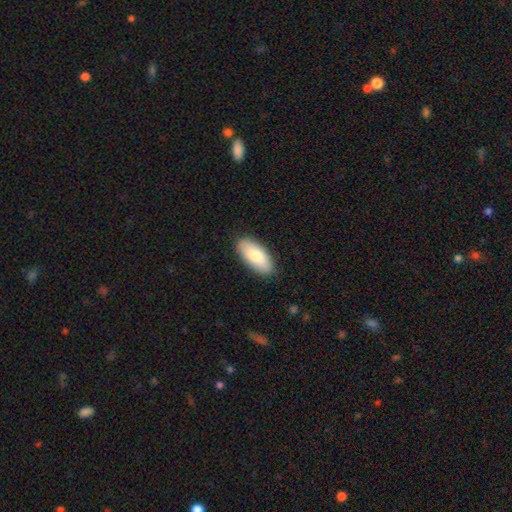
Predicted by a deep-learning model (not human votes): Q: Smooth or featured?
A: smooth (79%); runner-up: featured or disk (16%)
Q: How rounded?
A: in between (89%); runner-up: cigar-shaped (9%)
Q: Merging?
A: none (87%); runner-up: minor disturbance (10%)